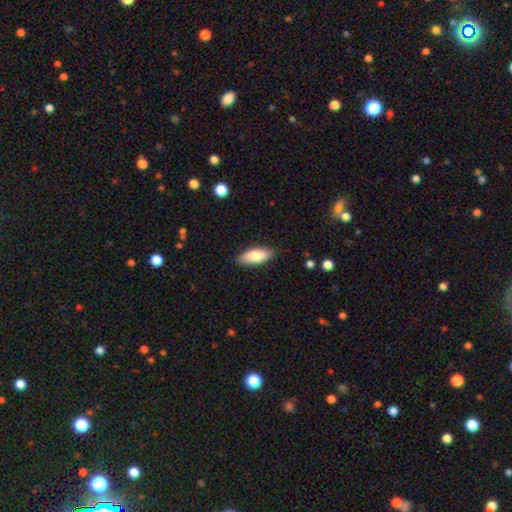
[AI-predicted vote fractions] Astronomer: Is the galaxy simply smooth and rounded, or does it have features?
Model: smooth — 83%.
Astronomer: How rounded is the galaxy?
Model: in between — 80%.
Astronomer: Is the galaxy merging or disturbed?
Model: none — 85%.